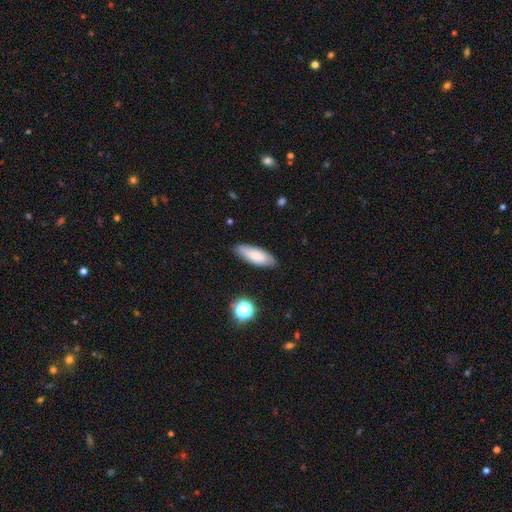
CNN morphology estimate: This appears to be a smooth galaxy with no disk features (77%) that is in between round and cigar-shaped (65%). Merging: none (84%).